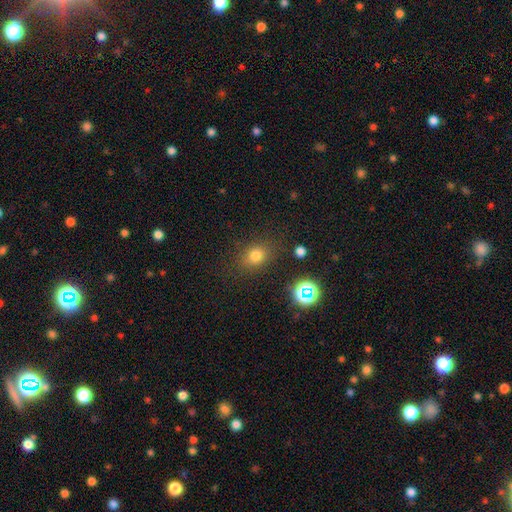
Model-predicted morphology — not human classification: Smooth or featured?
  - smooth: 74% *
  - star or artifact: 18%
  - featured or disk: 8%
How rounded?
  - round: 50% *
  - in between: 49%
  - cigar-shaped: 1%
Merging?
  - none: 82% *
  - minor disturbance: 11%
  - major disturbance: 4%
  - merger: 2%